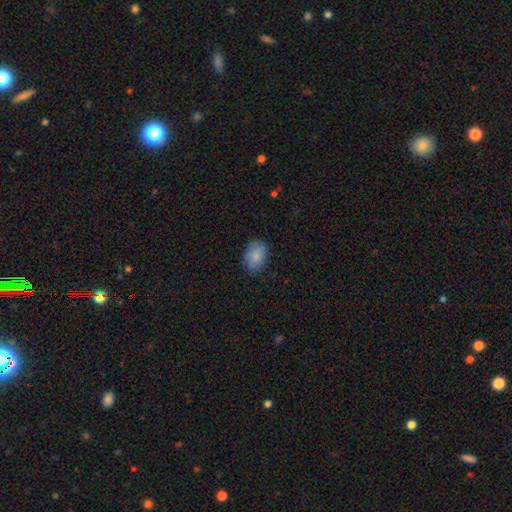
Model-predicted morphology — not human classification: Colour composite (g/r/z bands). It shows a smooth galaxy with no disk features (87%) that is in between round and cigar-shaped (79%). Merging: none (81%).